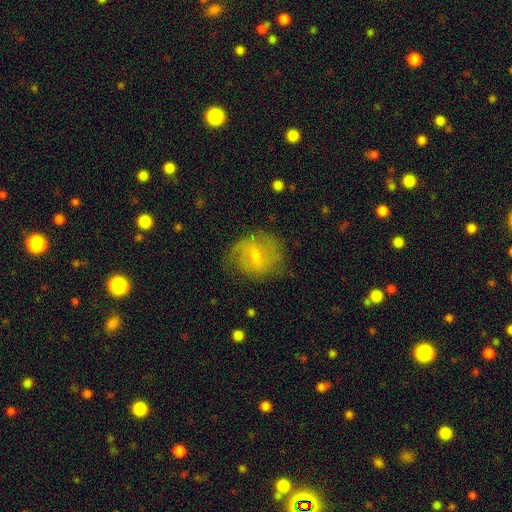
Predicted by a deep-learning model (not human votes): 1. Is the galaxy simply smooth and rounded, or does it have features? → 48% featured or disk, 43% smooth, 9% star or artifact.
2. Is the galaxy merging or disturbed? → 68% none, 21% minor disturbance, 10% major disturbance, 1% merger.